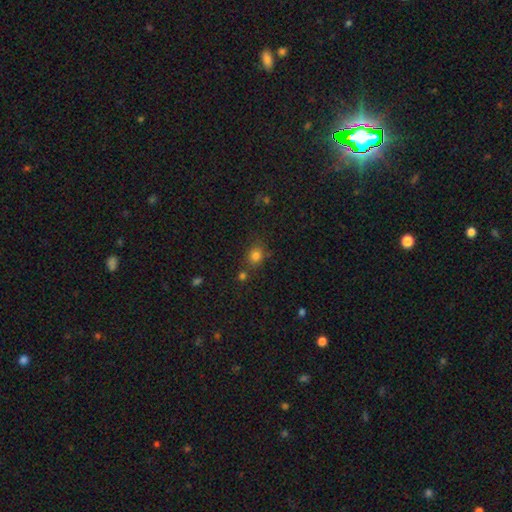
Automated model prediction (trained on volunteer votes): smooth-or-featured: smooth: 78% | star or artifact: 16% | featured or disk: 7%
  how-rounded: round: 65% | in between: 34% | cigar-shaped: 1%
  merging: none: 71% | minor disturbance: 13% | merger: 11% | major disturbance: 4%